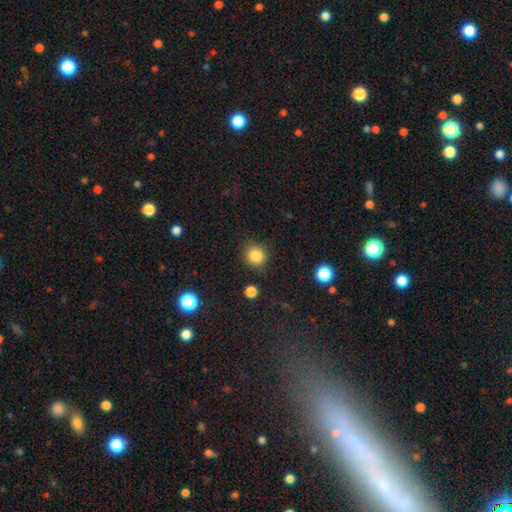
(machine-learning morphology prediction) The model was most divided on "merging": none: 81%, minor disturbance: 13%, major disturbance: 4%, merger: 2%. More confident: smooth or featured — smooth (84%); how rounded — round (84%).